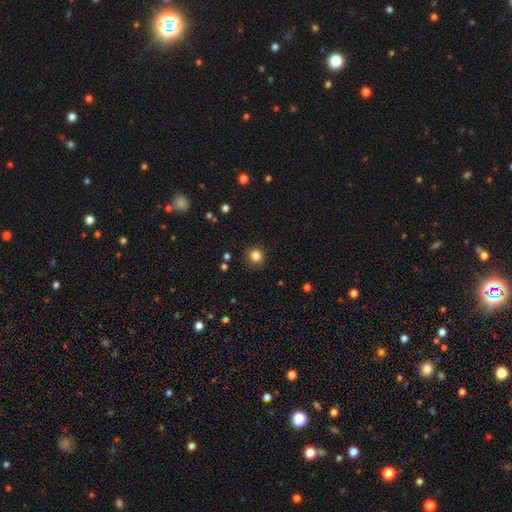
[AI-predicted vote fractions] smooth 84%, star or artifact 12%, featured or disk 5%. Down the decision tree: how rounded — round (92%); merging — none (90%).